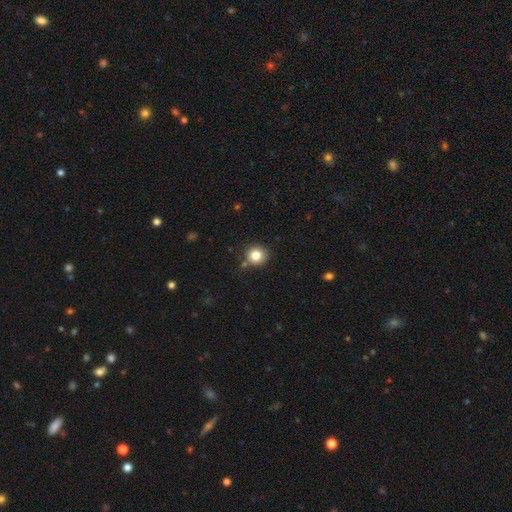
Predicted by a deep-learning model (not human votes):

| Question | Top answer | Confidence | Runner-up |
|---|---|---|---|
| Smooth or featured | smooth | 81% | star or artifact (12%) |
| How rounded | round | 91% | in between (8%) |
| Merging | none | 83% | minor disturbance (10%) |